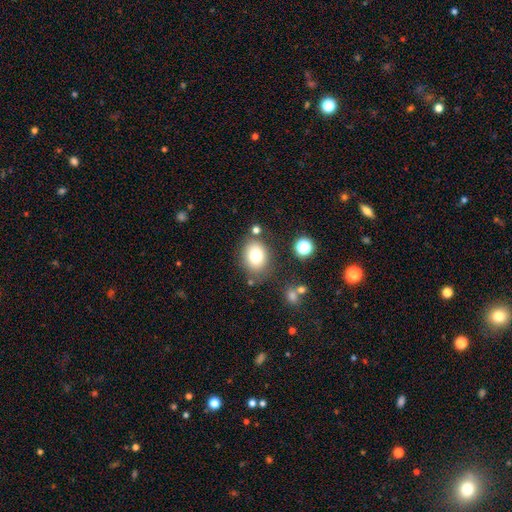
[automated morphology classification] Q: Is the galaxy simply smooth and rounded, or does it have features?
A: smooth — 77%.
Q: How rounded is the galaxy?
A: in between — 55%.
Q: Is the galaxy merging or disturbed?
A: none — 75%.